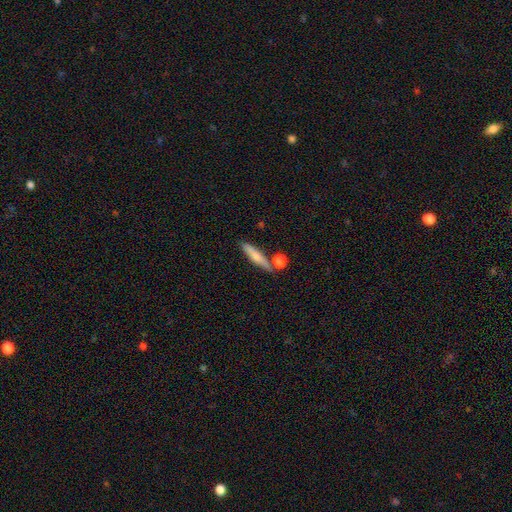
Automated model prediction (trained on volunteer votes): Morphology: type=smooth (65%); roundness=cigar-shaped (81%); merging=none (73%).